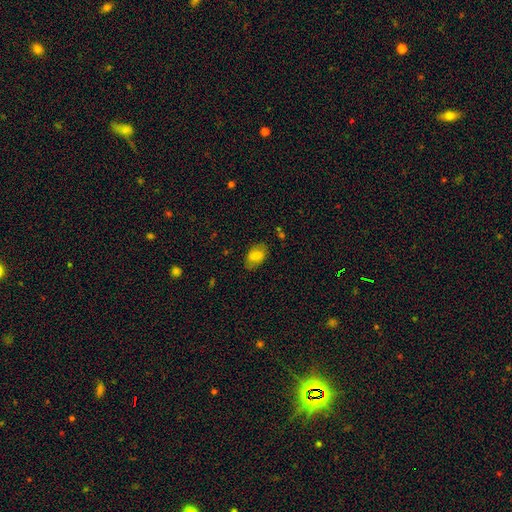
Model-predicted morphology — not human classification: smooth_or_featured: smooth (p=0.75) [alt: featured or disk p=0.17]
how_rounded: in between (p=0.90) [alt: round p=0.08]
merging: none (p=0.78) [alt: minor disturbance p=0.16]